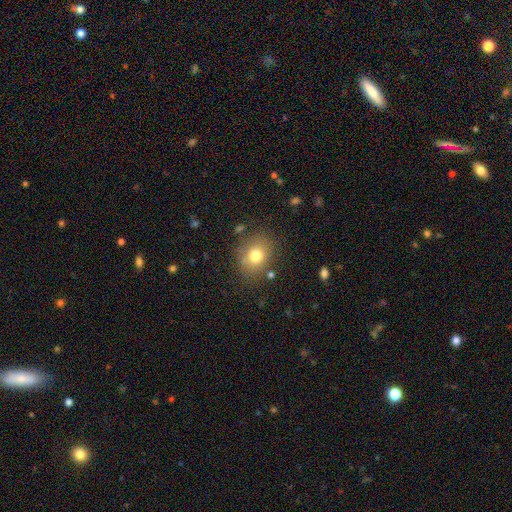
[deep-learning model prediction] smooth 75%, star or artifact 13%, featured or disk 12%. Down the decision tree: how rounded — round (60%); merging — none (79%).